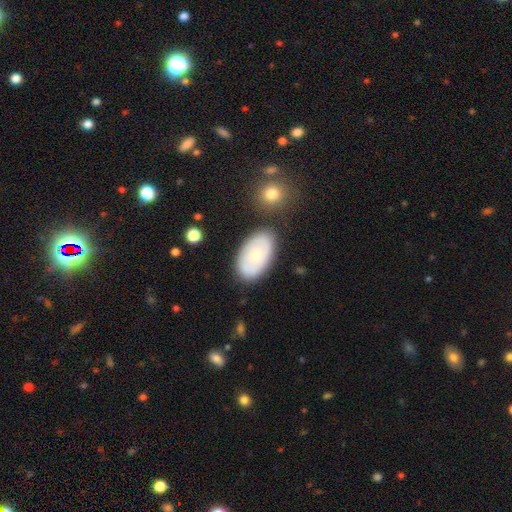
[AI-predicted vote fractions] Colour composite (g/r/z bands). It shows a smooth galaxy with no disk features (57%) that is in between round and cigar-shaped (92%). Merging: none (78%).